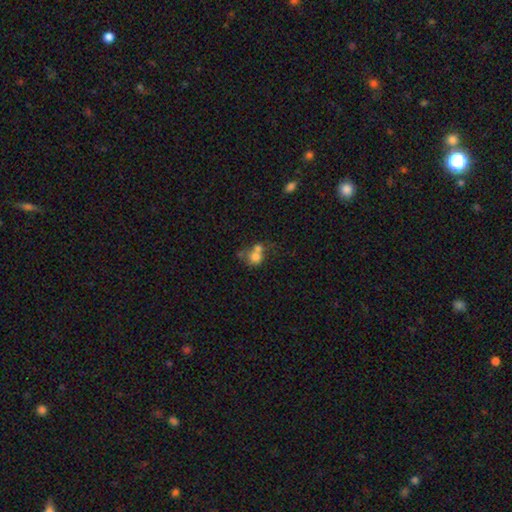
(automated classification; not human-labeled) Overall: smooth (71%). How rounded: round (75%). Merging: merger (59%; none 27%).